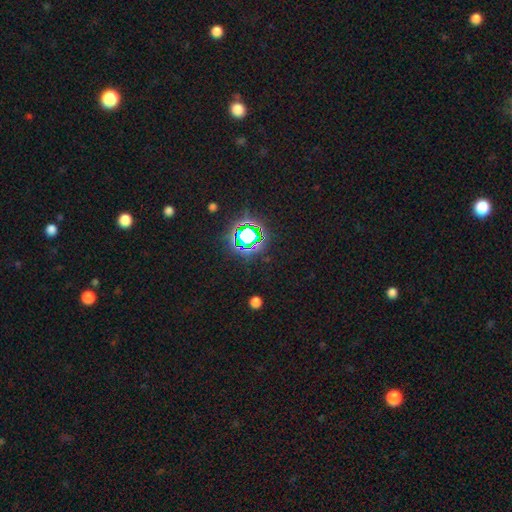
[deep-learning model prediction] This is likely a star or artifact rather than a galaxy (77%).